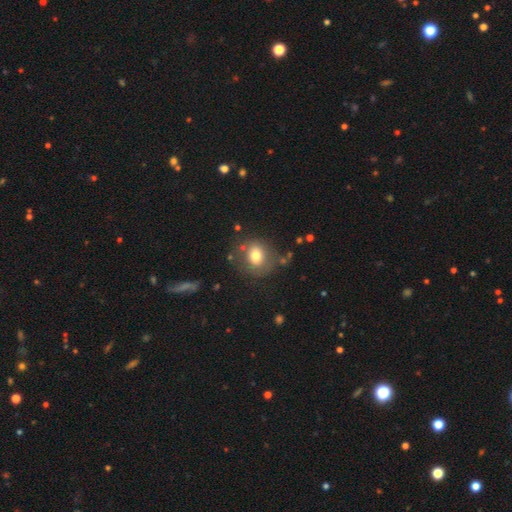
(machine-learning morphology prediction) Q: Smooth or featured?
A: smooth (72%); runner-up: featured or disk (18%)
Q: How rounded?
A: round (63%); runner-up: in between (36%)
Q: Merging?
A: none (72%); runner-up: minor disturbance (16%)